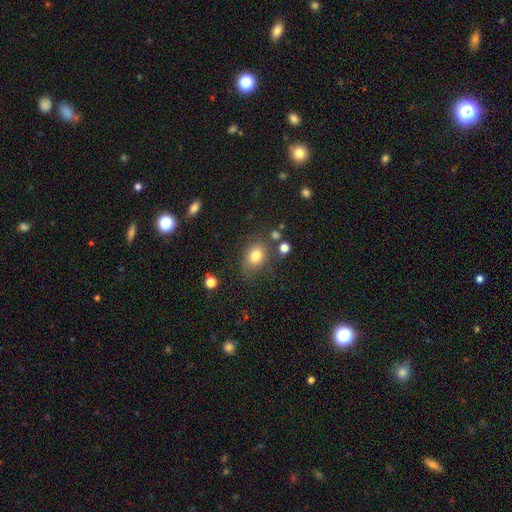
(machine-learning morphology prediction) smooth-or-featured: smooth: 80% | star or artifact: 11% | featured or disk: 9%
  how-rounded: in between: 68% | round: 31% | cigar-shaped: 1%
  merging: none: 71% | minor disturbance: 17% | merger: 7% | major disturbance: 6%